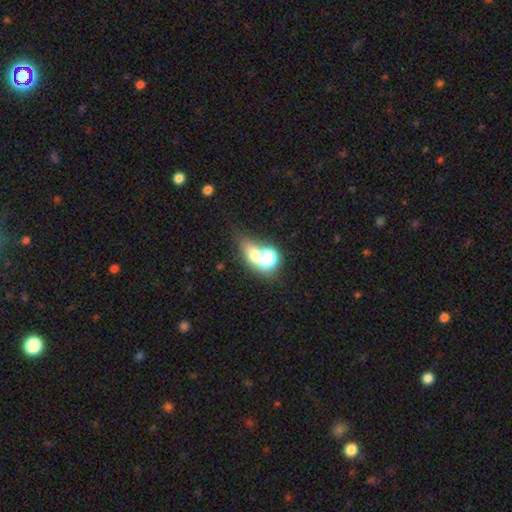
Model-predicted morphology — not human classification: type=smooth (55%); roundness=round (50%); merging=none (44%).